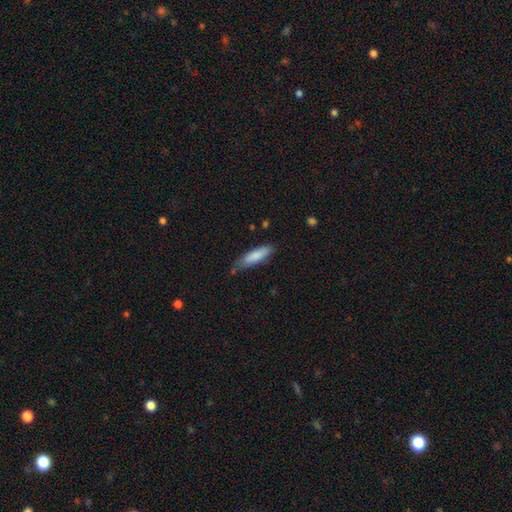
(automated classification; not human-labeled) A smooth galaxy with no disk features (82%) that is cigar-shaped (63%). Merging: none (67%).